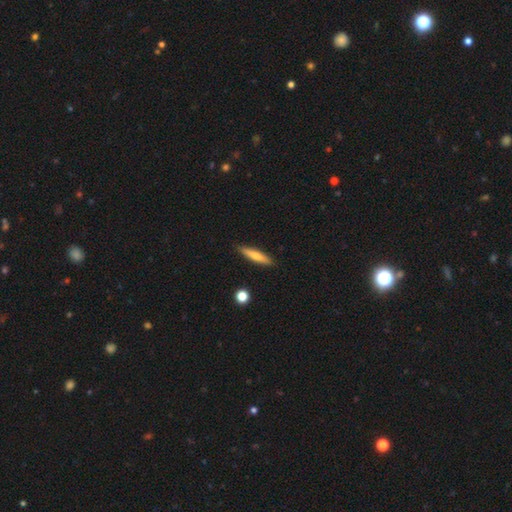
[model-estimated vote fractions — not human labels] smooth-or-featured: smooth: 67% | featured or disk: 27% | star or artifact: 6%
  how-rounded: cigar-shaped: 86% | in between: 12% | round: 2%
  merging: none: 89% | minor disturbance: 8% | merger: 2% | major disturbance: 2%